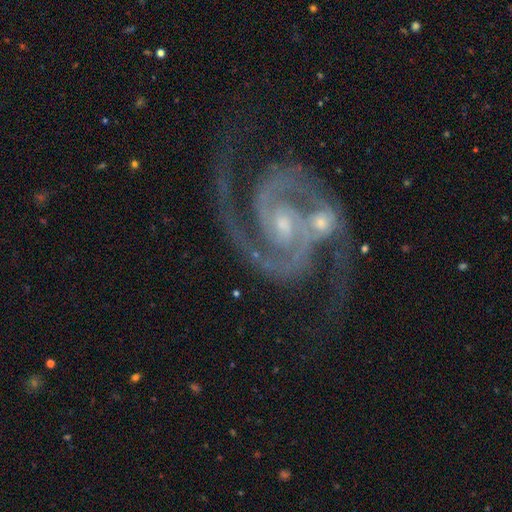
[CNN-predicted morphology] Q: Smooth or featured?
A: featured or disk (93%); runner-up: star or artifact (4%)
Q: Edge-on disk?
A: no (98%); runner-up: yes (2%)
Q: Bar?
A: no (47%); runner-up: weak (37%)
Q: Spiral arms?
A: yes (99%); runner-up: no (1%)
Q: Spiral winding?
A: medium (49%); runner-up: tight (44%)
Q: Spiral arm count?
A: 2 (91%); runner-up: 3 (4%)
Q: Bulge size?
A: small (68%); runner-up: moderate (26%)
Q: Merging?
A: none (50%); runner-up: merger (24%)